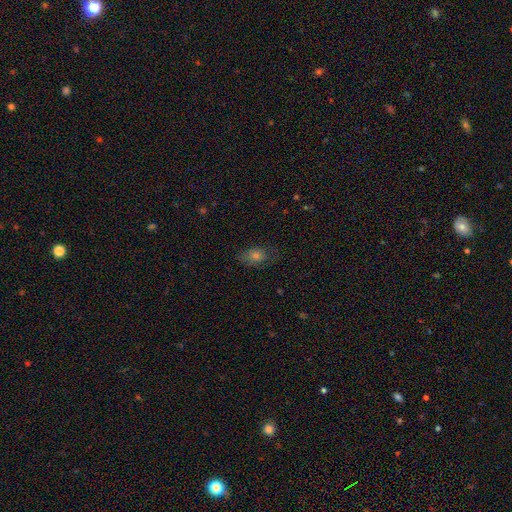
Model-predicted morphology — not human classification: This appears to be a smooth galaxy with no disk features (66%) that is in between round and cigar-shaped (77%). Merging: none (72%).